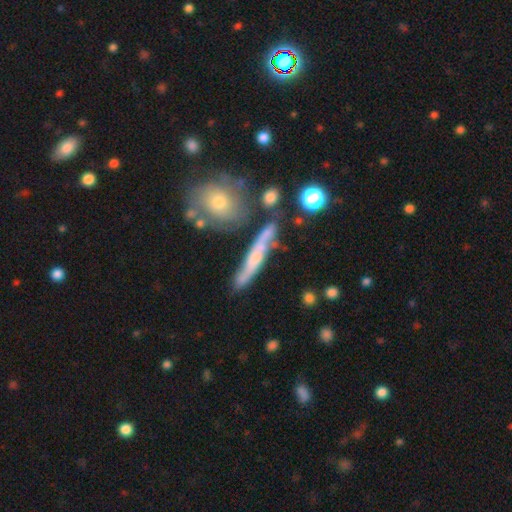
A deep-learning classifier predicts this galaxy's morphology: featured or disk 55%, smooth 35%, star or artifact 10%. Down the decision tree: edge-on disk — yes (69%); merging — none (59%).